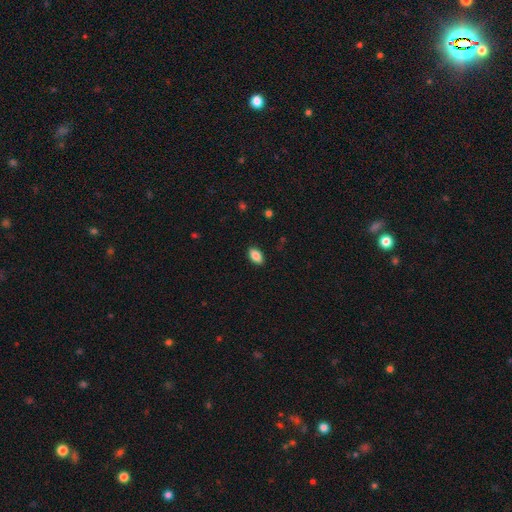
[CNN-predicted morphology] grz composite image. It shows a smooth galaxy with no disk features (86%) that is in between round and cigar-shaped (92%). Merging: none (88%).